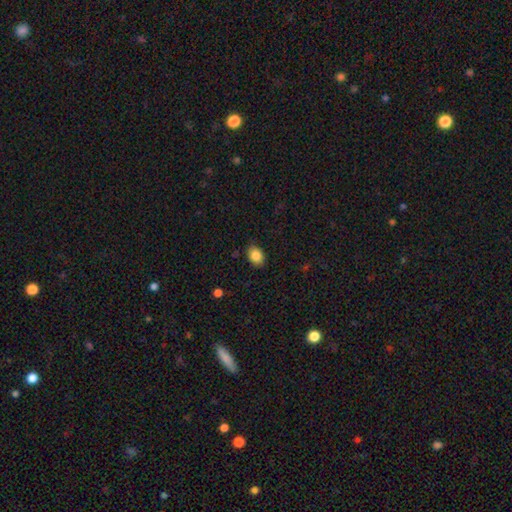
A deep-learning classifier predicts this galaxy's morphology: smooth_or_featured: smooth (p=0.85) [alt: star or artifact p=0.09]
how_rounded: in between (p=0.76) [alt: round p=0.23]
merging: none (p=0.85) [alt: minor disturbance p=0.11]